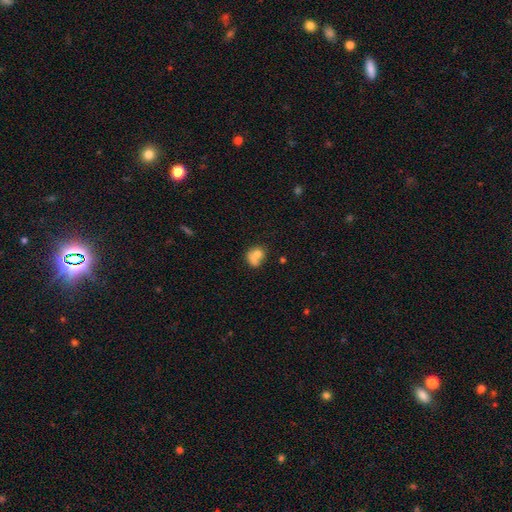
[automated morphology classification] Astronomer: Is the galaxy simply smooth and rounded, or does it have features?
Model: smooth — 70%.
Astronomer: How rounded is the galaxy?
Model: round — 58% (runner-up: in between, 40%).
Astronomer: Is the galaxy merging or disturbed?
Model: merger — 41% (runner-up: none, 33%).